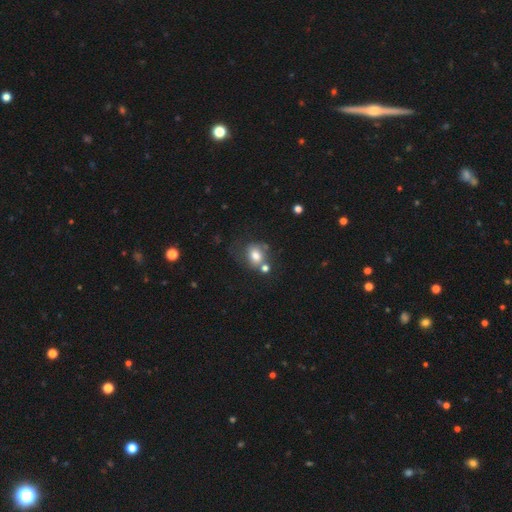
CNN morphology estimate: Smooth or featured: smooth — 74% (featured or disk — 16%)
How rounded: round — 53% (in between — 46%)
Merging: none — 45% (merger — 23%)